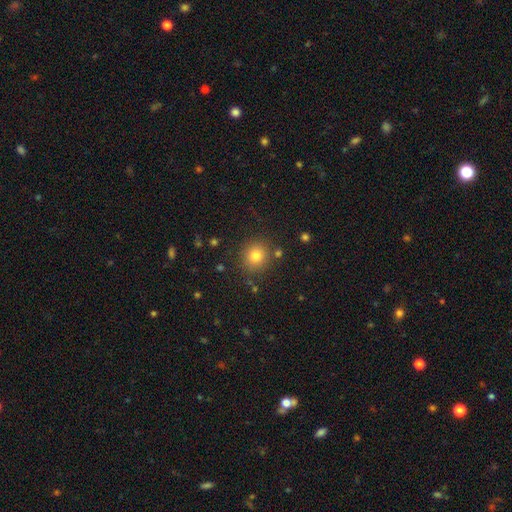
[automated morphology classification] Smooth or featured? Predicted: smooth (p=0.79). How rounded? Predicted: round (p=0.88). Merging? Predicted: none (p=0.85).